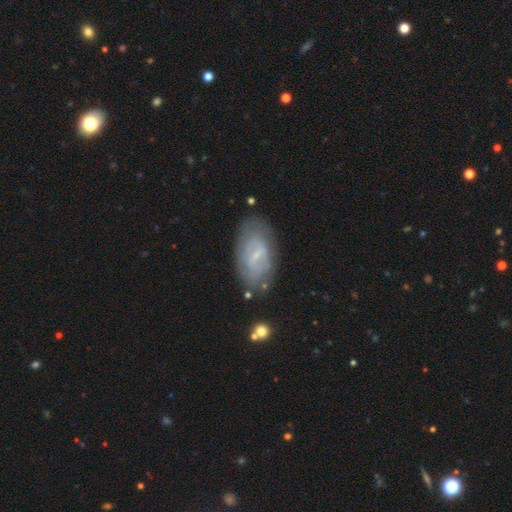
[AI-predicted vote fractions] Smooth or featured? Predicted: featured or disk (p=0.60). Edge-on disk? Predicted: no (p=0.92). Bar? Predicted: weak (p=0.53). Spiral arms? Predicted: yes (p=0.61). Bulge size? Predicted: small (p=0.67). Merging? Predicted: none (p=0.72).